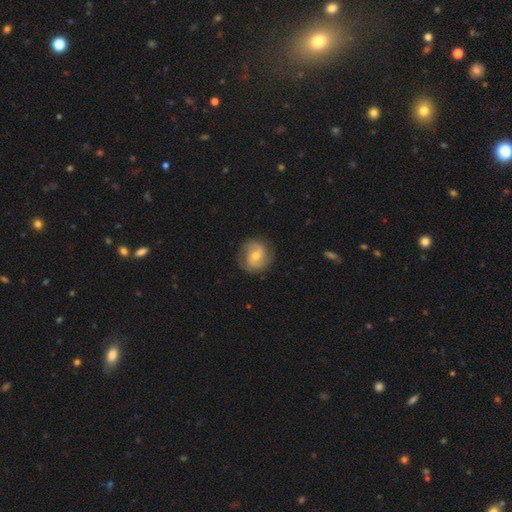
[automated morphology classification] Smooth or featured? Predicted: featured or disk (p=0.69). Edge-on disk? Predicted: no (p=0.98). Bar? Predicted: no (p=0.50). Spiral arms? Predicted: yes (p=0.90). Spiral winding? Predicted: medium (p=0.45). Spiral arm count? Predicted: 2 (p=0.80). Bulge size? Predicted: moderate (p=0.56). Merging? Predicted: none (p=0.81).